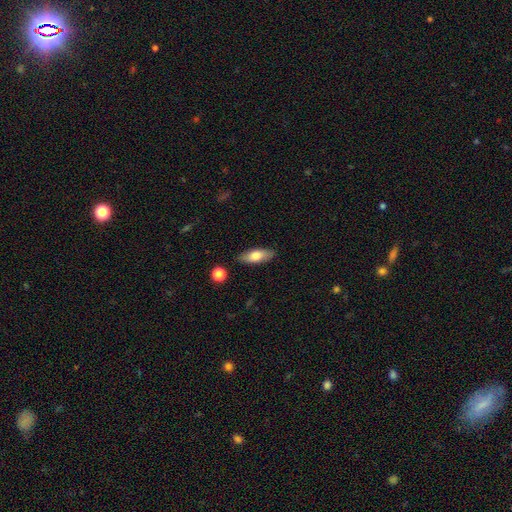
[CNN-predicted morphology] smooth_or_featured: smooth (p=0.74) [alt: featured or disk p=0.19]
how_rounded: in between (p=0.73) [alt: cigar-shaped p=0.24]
merging: none (p=0.86) [alt: minor disturbance p=0.10]